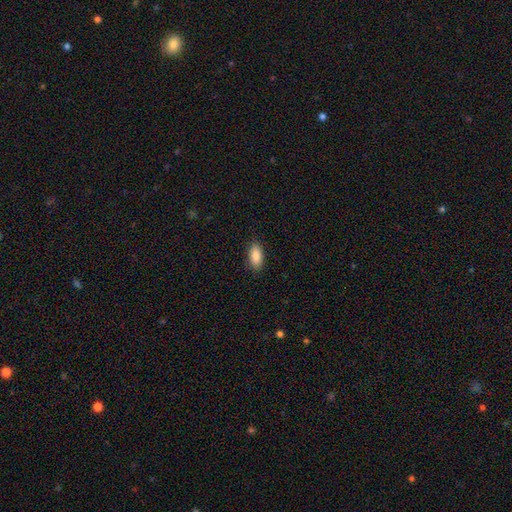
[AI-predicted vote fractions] This is clearly a smooth galaxy (88%). How rounded: clearly in between (90%). Merging: clearly none (88%).